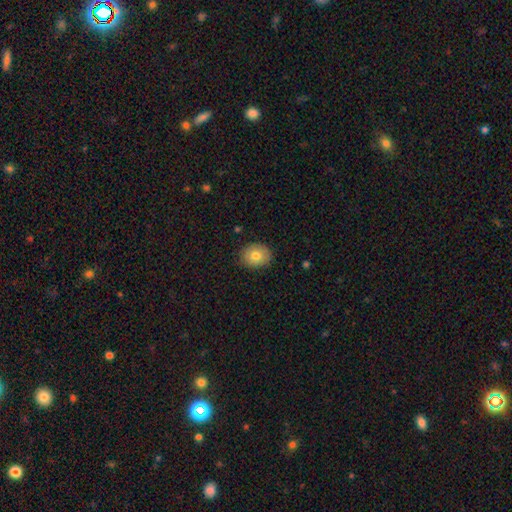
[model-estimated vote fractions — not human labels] This is likely a smooth galaxy (78%). How rounded: possibly round (59%). Merging: clearly none (86%).